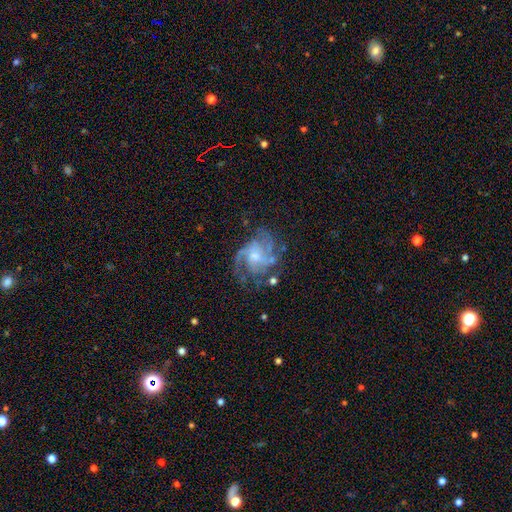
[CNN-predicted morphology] Smooth or featured?
  - featured or disk: 84% *
  - smooth: 9%
  - star or artifact: 7%
Edge-on disk?
  - no: 98% *
  - yes: 2%
Bar?
  - no: 62% *
  - weak: 33%
  - strong: 5%
Spiral arms?
  - yes: 93% *
  - no: 7%
Spiral winding?
  - medium: 48% *
  - tight: 29%
  - loose: 22%
Spiral arm count?
  - 3: 29% *
  - can't tell: 23%
  - 2: 20%
  - 4: 15%
  - 1: 6%
  - more than 4: 6%
Bulge size?
  - moderate: 48% *
  - small: 42%
  - none: 5%
  - large: 4%
  - dominant: 1%
Merging?
  - none: 59% *
  - minor disturbance: 20%
  - major disturbance: 17%
  - merger: 3%